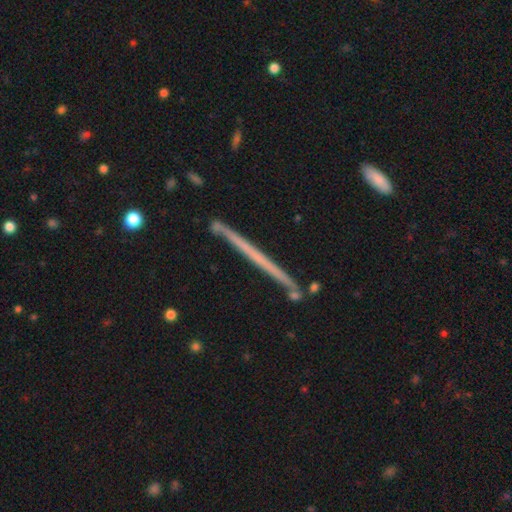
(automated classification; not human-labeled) This is likely a featured or disk galaxy (62%). It is clearly viewed edge-on (98%). Edge-on bulge: clearly none (85%). Merging: clearly none (89%).